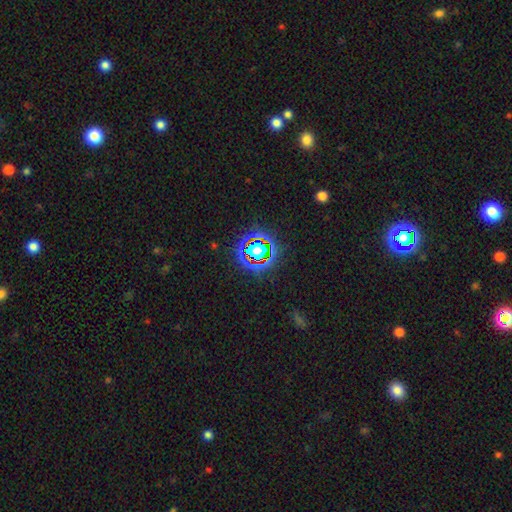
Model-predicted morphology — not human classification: Smooth or featured: star or artifact — 77% (smooth — 14%)